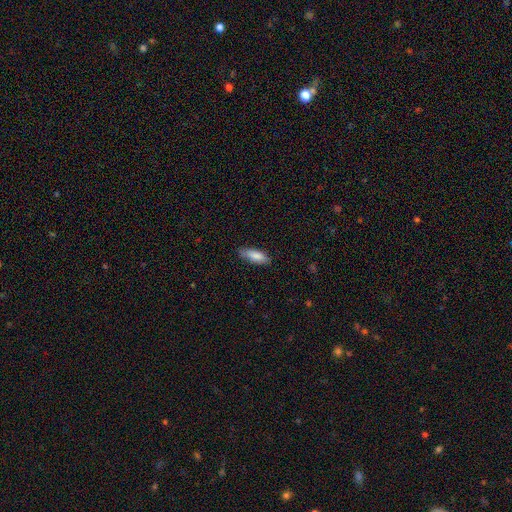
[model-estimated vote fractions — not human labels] smooth_or_featured: smooth (p=0.84) [alt: featured or disk p=0.10]
how_rounded: in between (p=0.61) [alt: cigar-shaped p=0.38]
merging: none (p=0.78) [alt: minor disturbance p=0.18]